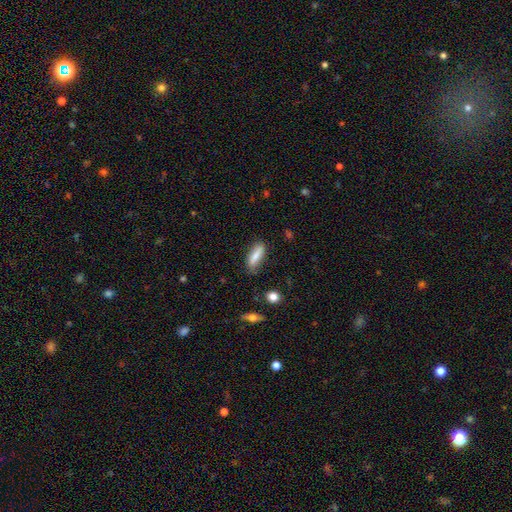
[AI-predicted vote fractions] smooth-or-featured: smooth: 79% | featured or disk: 14% | star or artifact: 7%
  how-rounded: cigar-shaped: 51% | in between: 47% | round: 2%
  merging: none: 75% | minor disturbance: 19% | major disturbance: 4% | merger: 2%